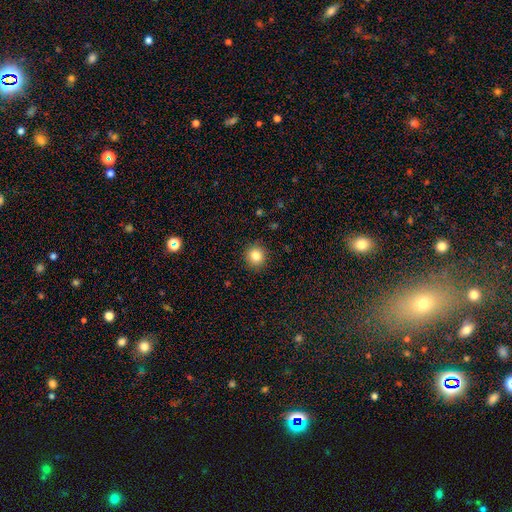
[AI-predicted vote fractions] Smooth or featured? Predicted: smooth (p=0.83). How rounded? Predicted: round (p=0.90). Merging? Predicted: none (p=0.90).